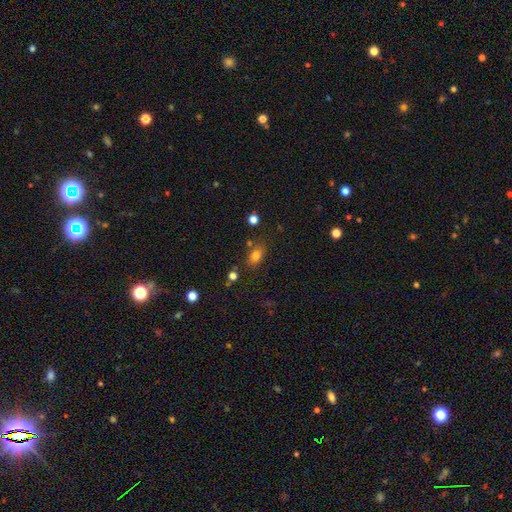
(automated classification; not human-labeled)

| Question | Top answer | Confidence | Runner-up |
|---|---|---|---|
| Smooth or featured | smooth | 78% | star or artifact (13%) |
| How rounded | in between | 71% | round (26%) |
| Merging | none | 72% | minor disturbance (15%) |